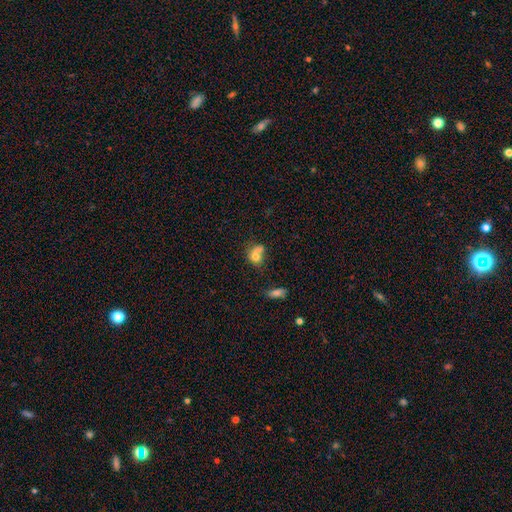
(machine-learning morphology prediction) Q: Smooth or featured?
A: smooth (71%); runner-up: featured or disk (18%)
Q: How rounded?
A: round (56%); runner-up: in between (42%)
Q: Merging?
A: merger (50%); runner-up: none (29%)